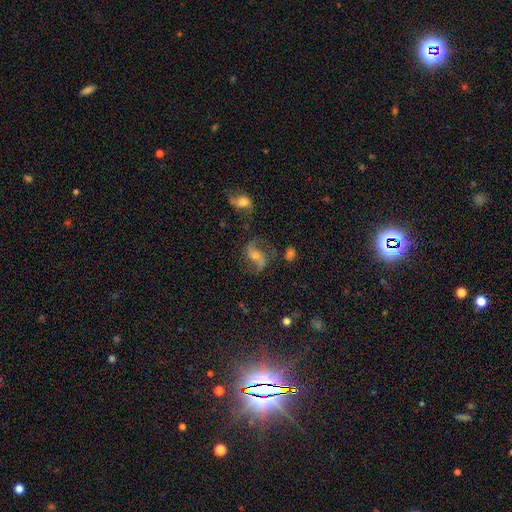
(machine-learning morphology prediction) Overall: featured or disk (75%). Edge-on disk: no (96%). Bar: weak (39%, tied with no). Spiral arms: yes (93%). Spiral arm count: 2 (89%). Spiral winding: loose (54%; medium 37%). Bulge size: moderate (52%; small 38%). Merging: none (67%).